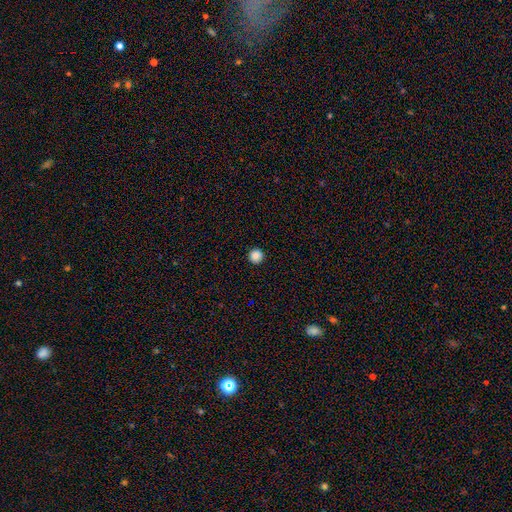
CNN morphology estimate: type=smooth (84%); roundness=round (96%); merging=none (93%).